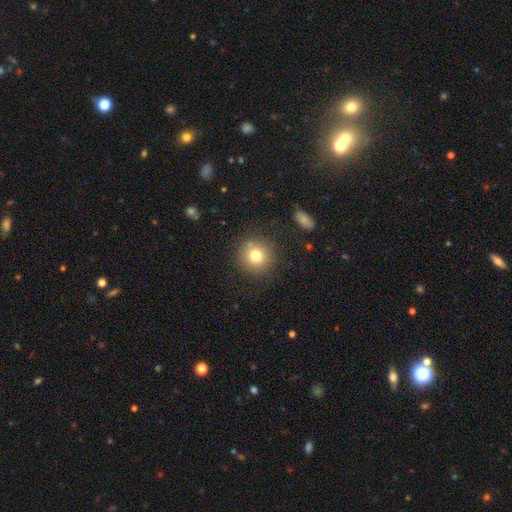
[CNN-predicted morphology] type=smooth (76%); roundness=round (93%); merging=none (85%).